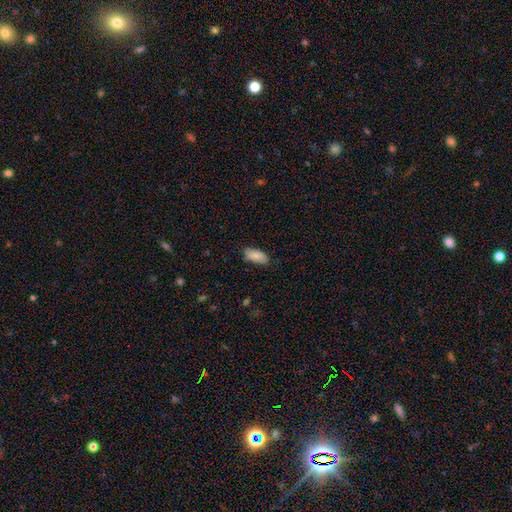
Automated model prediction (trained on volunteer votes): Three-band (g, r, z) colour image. It shows a smooth galaxy with no disk features (86%) that is in between round and cigar-shaped (91%). Merging: none (78%).